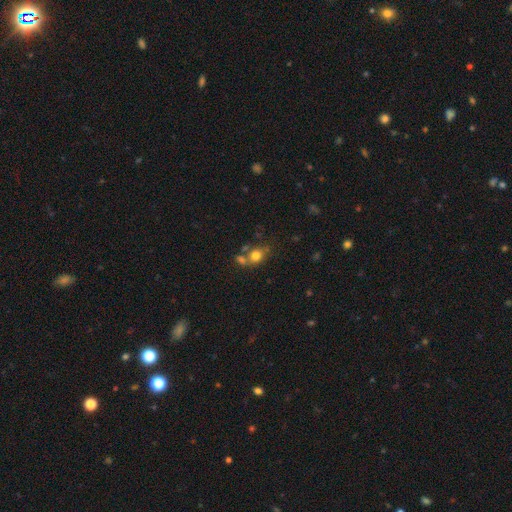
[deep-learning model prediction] A smooth galaxy with no disk features (74%) that is round (58%).

Vote fractions:
- Smooth or featured? smooth: 74% / featured or disk: 14% / star or artifact: 12%
- How rounded? round: 58% / in between: 41% / cigar-shaped: 2%
- Merging? none: 46% / merger: 33% / minor disturbance: 14% / major disturbance: 7%